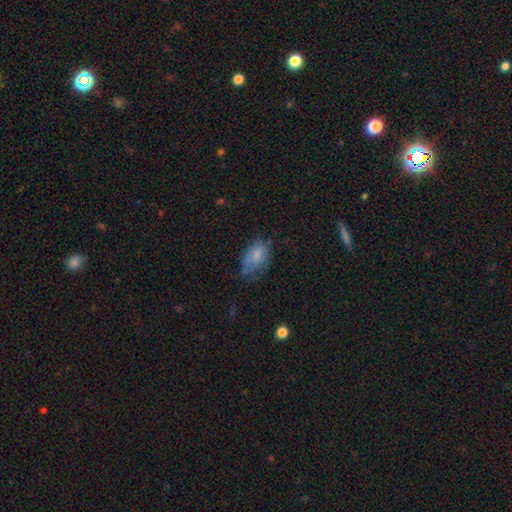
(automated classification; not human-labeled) This is likely a smooth galaxy (70%). How rounded: clearly in between (89%). Merging: marginally none (41%).